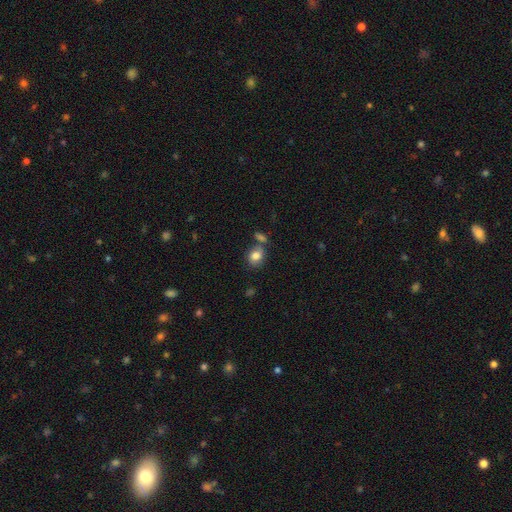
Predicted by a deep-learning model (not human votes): This appears to be a smooth galaxy with no disk features (82%) that is in between round and cigar-shaped (52%). Merging: none (60%).